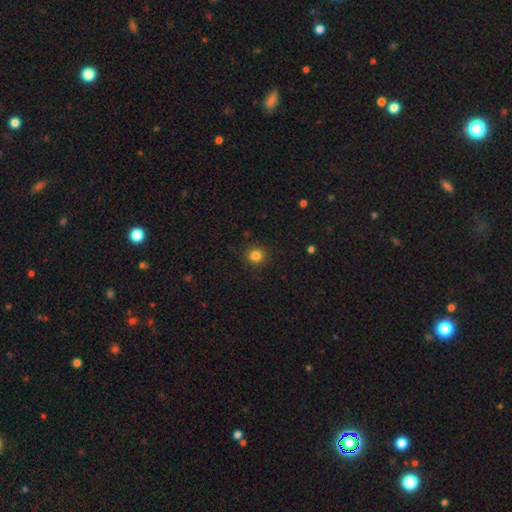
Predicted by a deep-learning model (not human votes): Morphology: type=smooth (83%); roundness=round (89%); merging=none (89%).